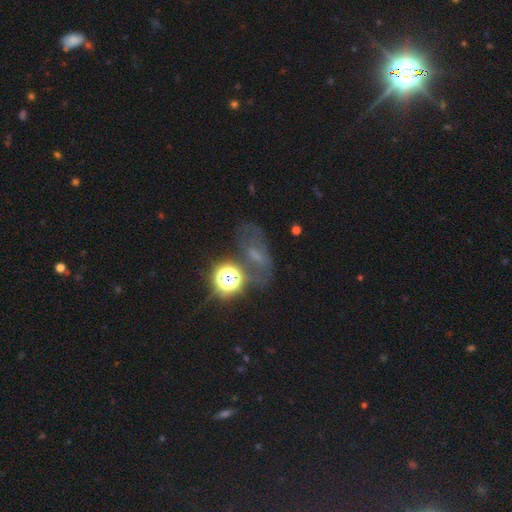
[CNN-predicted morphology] Q: Smooth or featured?
A: star or artifact (37%); runner-up: featured or disk (33%)